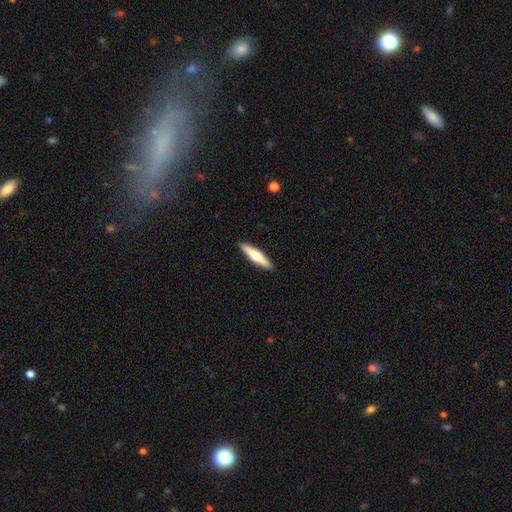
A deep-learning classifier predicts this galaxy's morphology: smooth_or_featured: featured or disk (p=0.52) [alt: smooth p=0.43]
disk_edge_on: yes (p=0.95) [alt: no p=0.05]
merging: none (p=0.92) [alt: minor disturbance p=0.06]